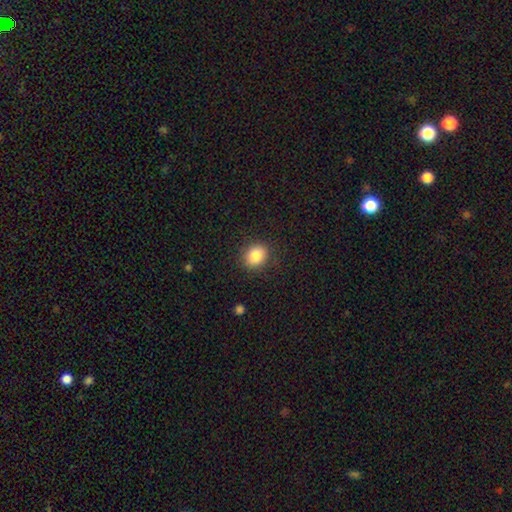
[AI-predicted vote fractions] Morphology: type=smooth (85%); roundness=round (68%); merging=none (87%).